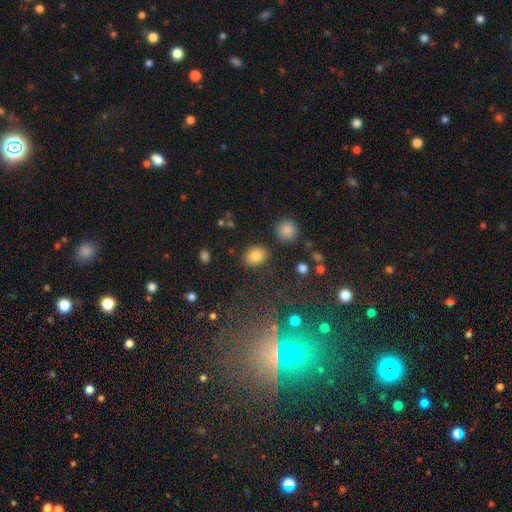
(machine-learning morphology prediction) A smooth galaxy with no disk features (81%) that is in between round and cigar-shaped (51%).

Vote fractions:
- Smooth or featured? smooth: 81% / star or artifact: 11% / featured or disk: 8%
- How rounded? in between: 51% / round: 48% / cigar-shaped: 1%
- Merging? none: 85% / minor disturbance: 9% / merger: 3% / major disturbance: 3%